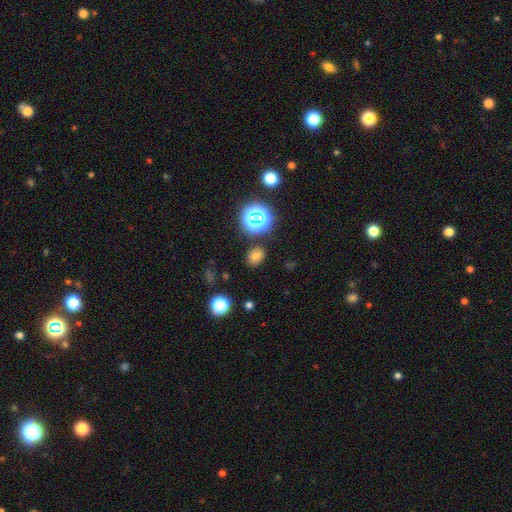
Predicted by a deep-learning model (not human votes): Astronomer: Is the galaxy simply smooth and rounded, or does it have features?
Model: smooth — 69%.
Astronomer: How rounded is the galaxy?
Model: in between — 53% (runner-up: round, 46%).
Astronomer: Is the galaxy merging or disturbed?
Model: none — 84%.